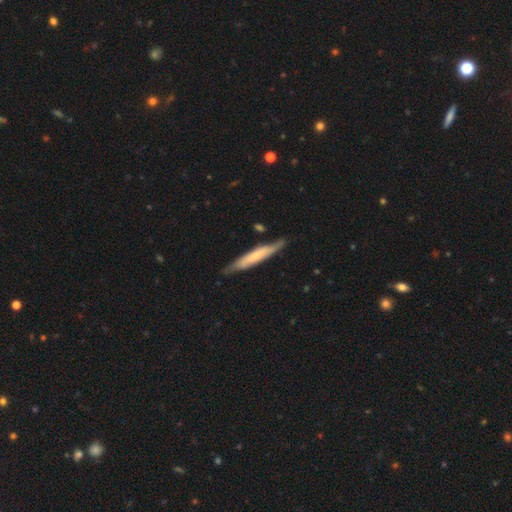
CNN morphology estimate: type=smooth (49%); merging=none (77%).